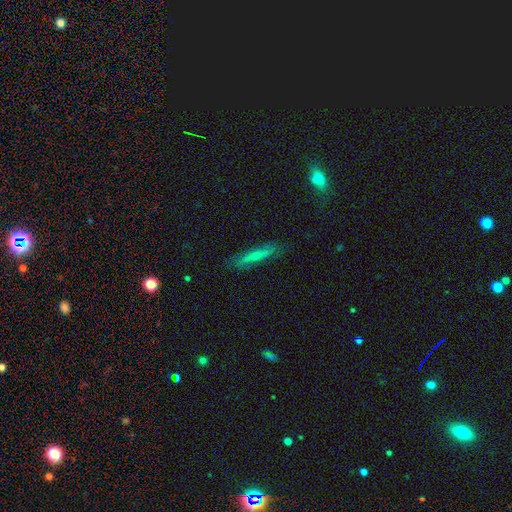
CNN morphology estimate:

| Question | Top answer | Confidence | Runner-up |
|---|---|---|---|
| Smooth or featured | featured or disk | 51% | smooth (40%) |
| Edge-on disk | yes | 81% | no (19%) |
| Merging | none | 83% | minor disturbance (13%) |